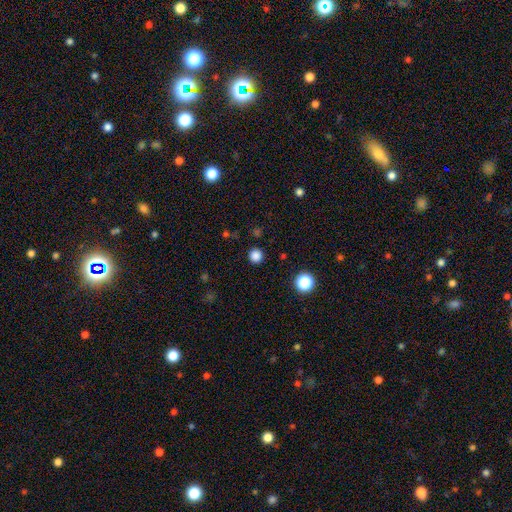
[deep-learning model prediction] smooth 83%, star or artifact 14%, featured or disk 3%. Down the decision tree: how rounded — round (95%); merging — none (91%).